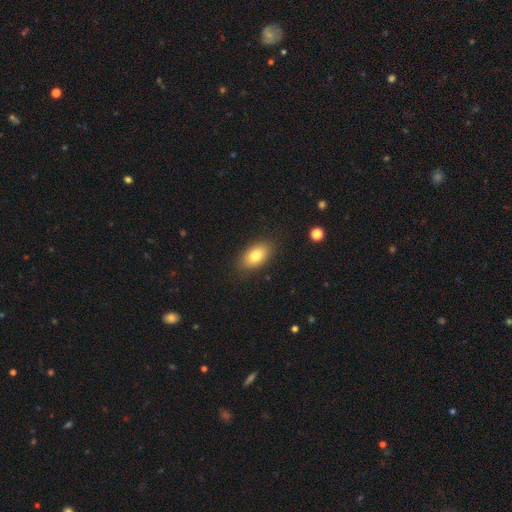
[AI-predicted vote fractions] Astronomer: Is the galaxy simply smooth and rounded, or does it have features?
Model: smooth — 79%.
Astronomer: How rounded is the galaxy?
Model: in between — 90%.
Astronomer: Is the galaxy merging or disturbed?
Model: none — 86%.